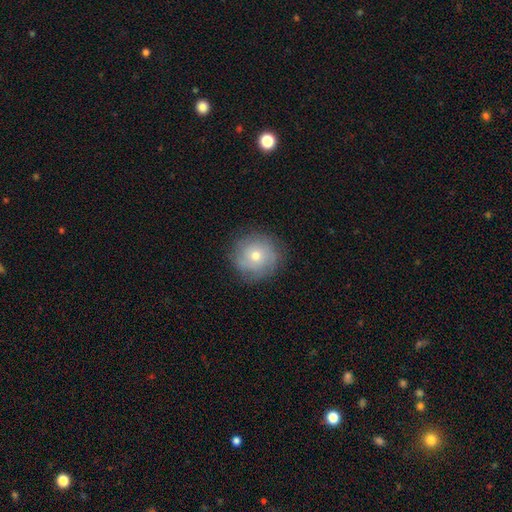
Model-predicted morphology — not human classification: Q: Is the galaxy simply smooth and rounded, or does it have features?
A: smooth — 57%.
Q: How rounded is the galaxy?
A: round — 93%.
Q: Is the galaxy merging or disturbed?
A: none — 82%.